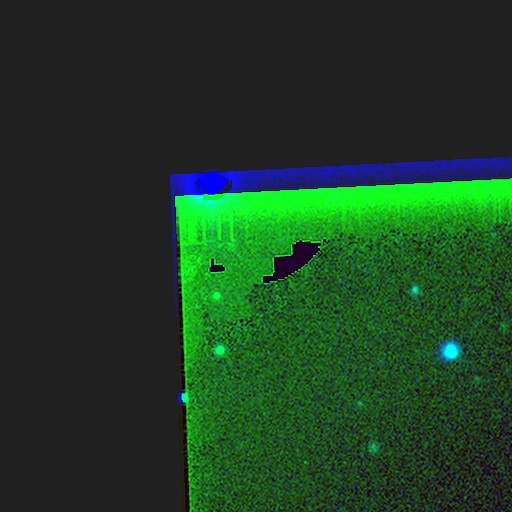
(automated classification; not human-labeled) Q: Smooth or featured?
A: star or artifact (88%); runner-up: featured or disk (6%)